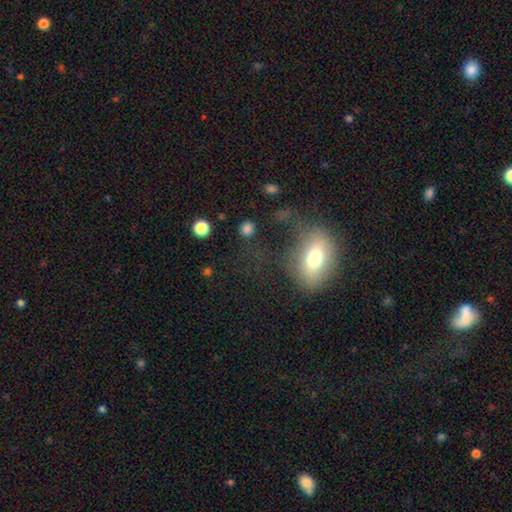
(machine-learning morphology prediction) Smooth or featured? Predicted: smooth (p=0.61). How rounded? Predicted: in between (p=0.71). Merging? Predicted: none (p=0.48).